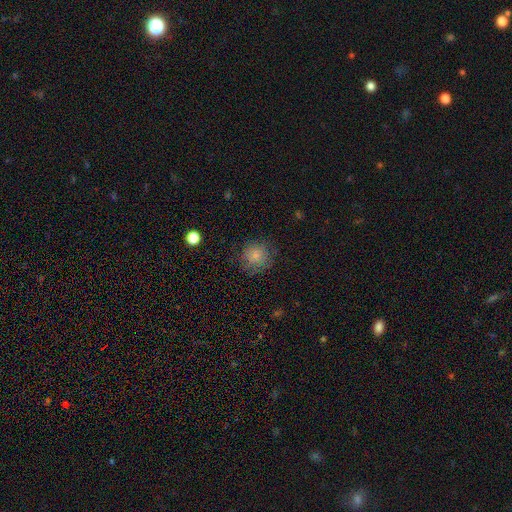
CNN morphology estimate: A smooth galaxy with no disk features (78%) that is round (91%). Merging: none (76%).